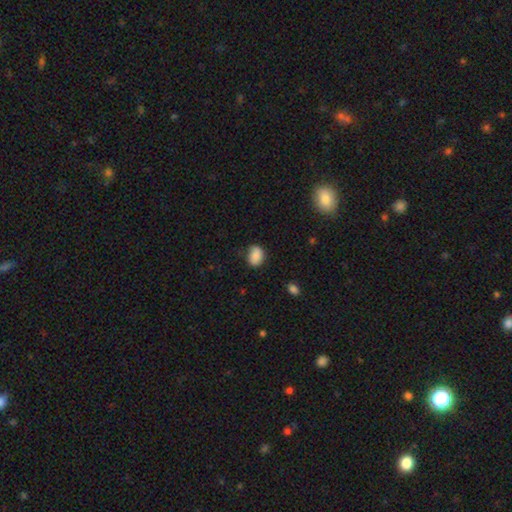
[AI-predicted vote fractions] Morphology: type=smooth (87%); roundness=in between (72%); merging=none (74%).